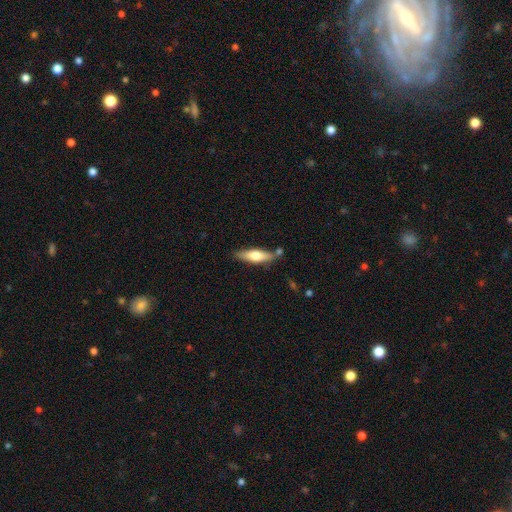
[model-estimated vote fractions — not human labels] A smooth galaxy with no disk features (56%) that is cigar-shaped (63%).

Vote fractions:
- Smooth or featured? smooth: 56% / featured or disk: 39% / star or artifact: 6%
- How rounded? cigar-shaped: 63% / in between: 35% / round: 2%
- Merging? none: 76% / minor disturbance: 14% / merger: 8% / major disturbance: 3%